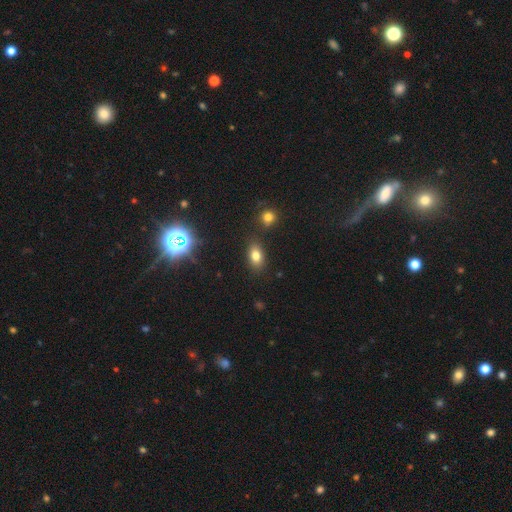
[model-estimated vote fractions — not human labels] This appears to be a smooth galaxy with no disk features (75%) that is in between round and cigar-shaped (84%). Merging: none (81%).